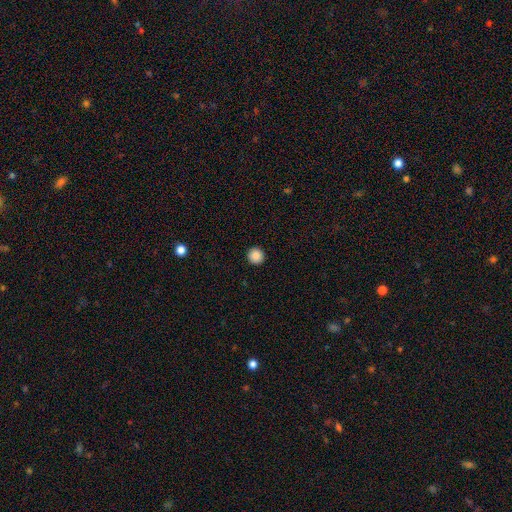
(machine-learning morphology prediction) This appears to be a smooth galaxy with no disk features (88%) that is round (96%). Merging: none (94%).